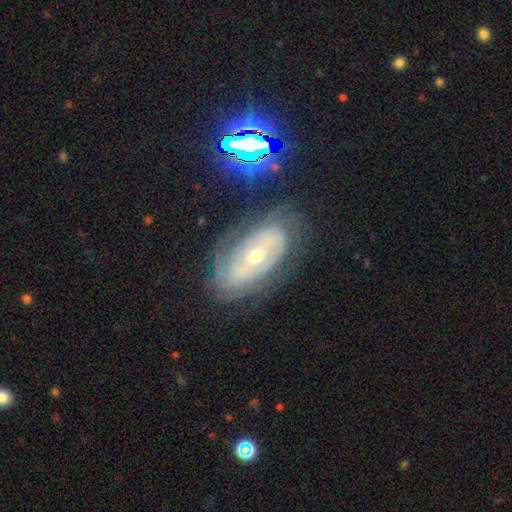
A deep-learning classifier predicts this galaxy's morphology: smooth-or-featured: featured or disk: 73% | smooth: 16% | star or artifact: 11%
  disk-edge-on: no: 92% | yes: 8%
    bar: no: 60% | weak: 26% | strong: 13%
    has-spiral-arms: yes: 77% | no: 23%
      spiral-winding: tight: 65% | medium: 25% | loose: 10%
      spiral-arm-count: can't tell: 50% | 2: 32% | 3: 7% | 1: 5% | 4: 3% | more than 4: 3%
    bulge-size: small: 49% | moderate: 47% | large: 2% | none: 1% | dominant: 1%
  merging: none: 71% | minor disturbance: 19% | major disturbance: 8% | merger: 2%